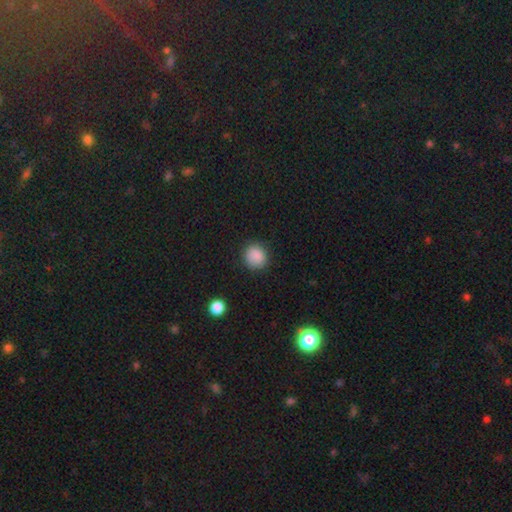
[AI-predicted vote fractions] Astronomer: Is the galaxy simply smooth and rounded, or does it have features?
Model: smooth — 87%.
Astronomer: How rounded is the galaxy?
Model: round — 83%.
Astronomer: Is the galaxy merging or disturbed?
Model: none — 85%.